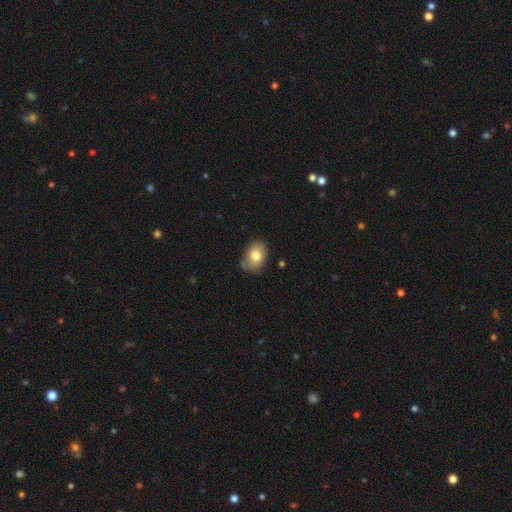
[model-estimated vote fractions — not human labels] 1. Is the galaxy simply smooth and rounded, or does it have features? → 77% smooth, 14% featured or disk, 9% star or artifact.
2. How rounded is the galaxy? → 77% in between, 22% round, 1% cigar-shaped.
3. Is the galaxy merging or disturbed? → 70% none, 23% minor disturbance, 4% major disturbance, 3% merger.